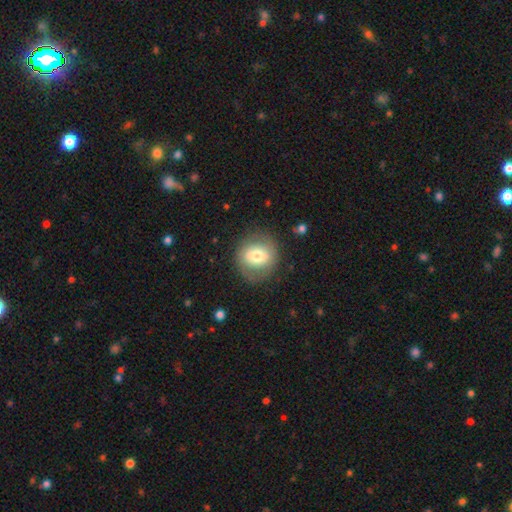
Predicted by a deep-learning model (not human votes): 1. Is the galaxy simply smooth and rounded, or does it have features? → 65% smooth, 27% featured or disk, 8% star or artifact.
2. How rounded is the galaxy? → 84% round, 15% in between, 1% cigar-shaped.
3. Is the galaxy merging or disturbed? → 81% none, 12% minor disturbance, 6% major disturbance, 1% merger.